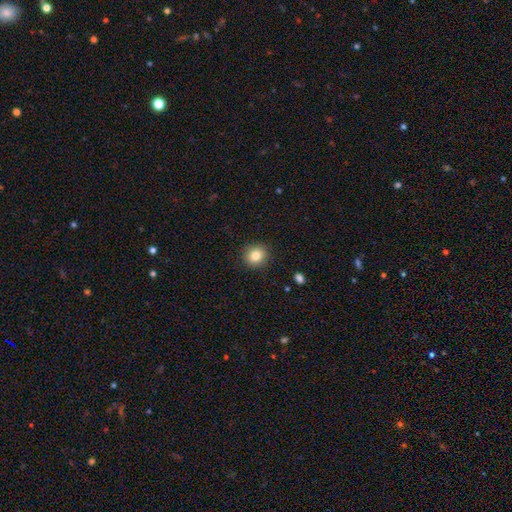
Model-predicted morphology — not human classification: This is clearly a smooth galaxy (82%). How rounded: clearly round (86%). Merging: clearly none (91%).